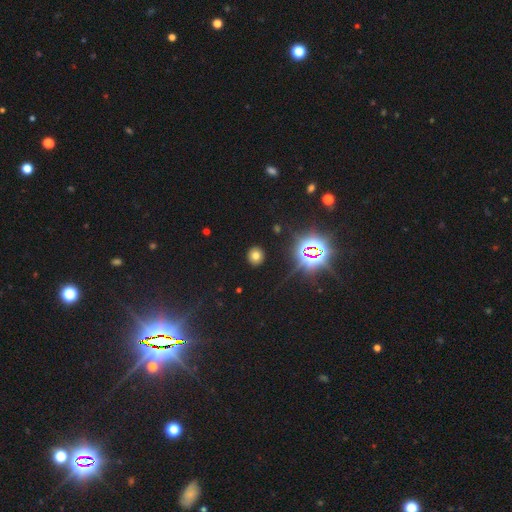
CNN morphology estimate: smooth_or_featured: smooth (p=0.66) [alt: star or artifact p=0.25]
how_rounded: round (p=0.87) [alt: in between p=0.12]
merging: none (p=0.90) [alt: minor disturbance p=0.06]